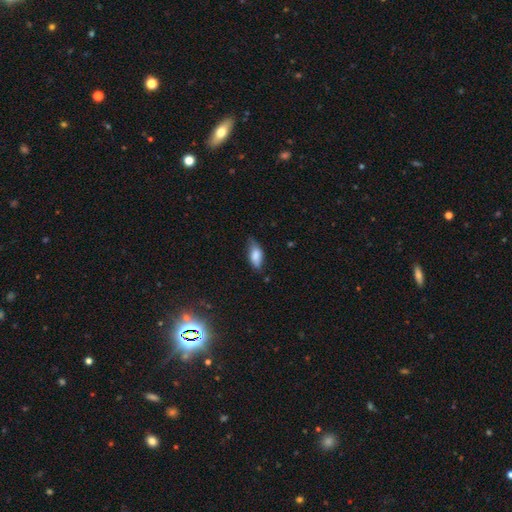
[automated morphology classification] Q: Smooth or featured?
A: smooth (79%); runner-up: featured or disk (14%)
Q: How rounded?
A: in between (86%); runner-up: cigar-shaped (11%)
Q: Merging?
A: none (60%); runner-up: minor disturbance (32%)